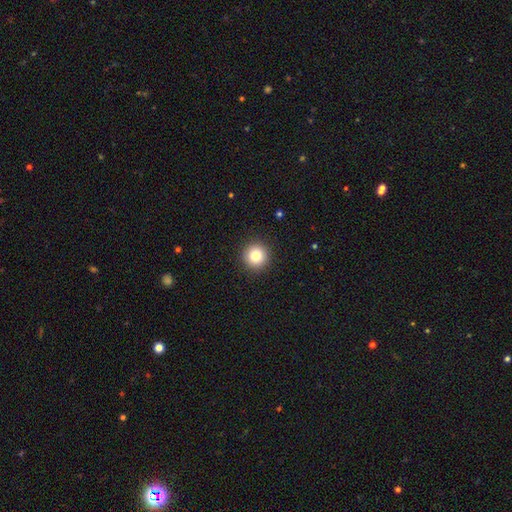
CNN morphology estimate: Overall: smooth (84%). How rounded: round (95%). Merging: none (93%).